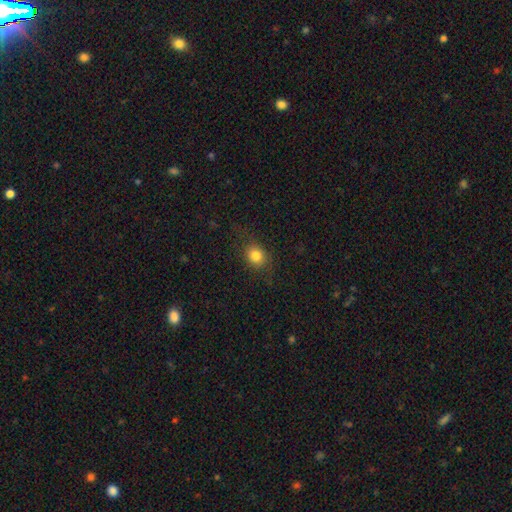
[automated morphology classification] smooth 80%, star or artifact 12%, featured or disk 8%. Down the decision tree: how rounded — round (63%); merging — none (76%).